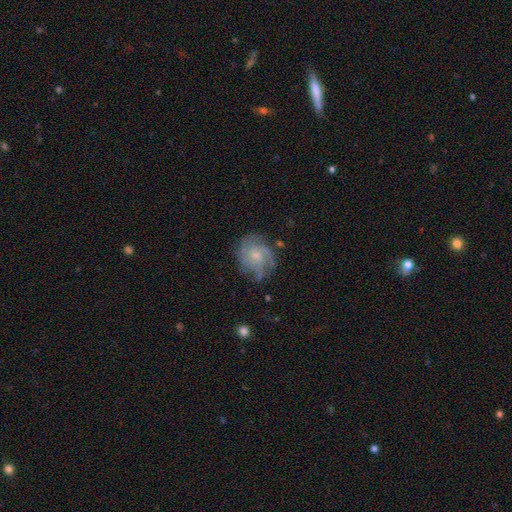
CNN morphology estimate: Smooth or featured? featured or disk (75%)
Edge-on disk? no (98%)
Bar? no (72%)
Spiral arms? yes (92%)
Spiral winding? tight (47%)
Spiral arm count? can't tell (29%, tied with 3)
Bulge size? small (54%)
Merging? none (68%)